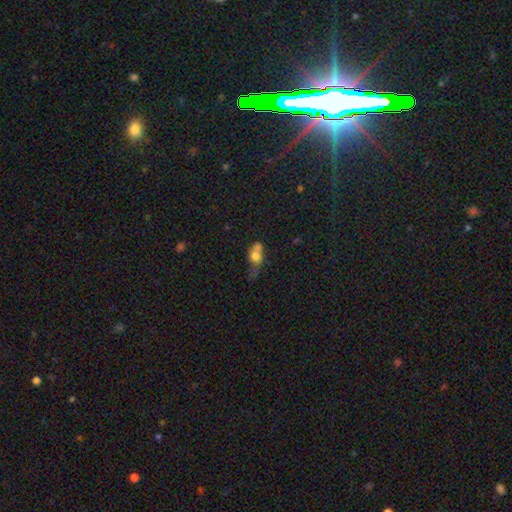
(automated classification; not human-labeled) This is likely a smooth galaxy (67%). How rounded: possibly in between (47%, tied with round). Merging: possibly merger (49%).